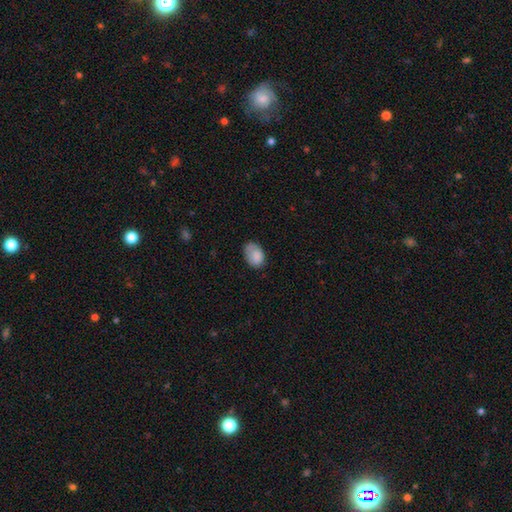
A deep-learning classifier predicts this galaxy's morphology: Smooth or featured? Predicted: smooth (p=0.85). How rounded? Predicted: in between (p=0.84). Merging? Predicted: none (p=0.60).